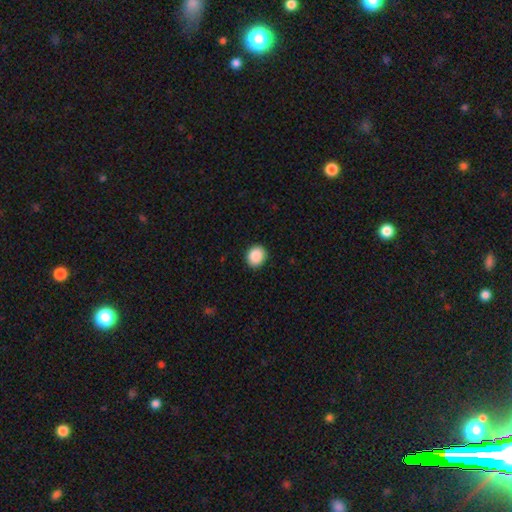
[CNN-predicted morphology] A smooth galaxy with no disk features (89%) that is round (71%).

Vote fractions:
- Smooth or featured? smooth: 89% / star or artifact: 8% / featured or disk: 3%
- How rounded? round: 71% / in between: 28% / cigar-shaped: 1%
- Merging? none: 90% / minor disturbance: 7% / major disturbance: 2% / merger: 1%